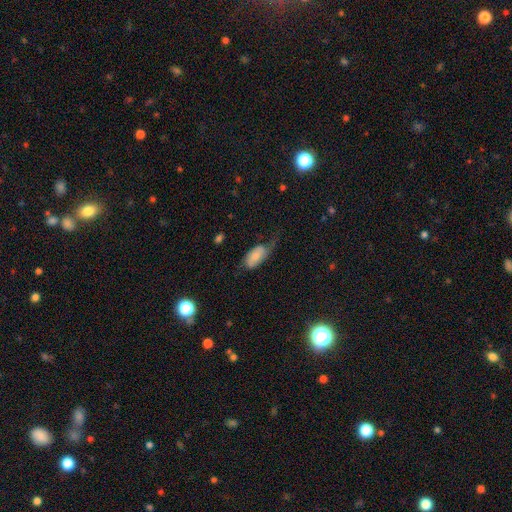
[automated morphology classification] A smooth galaxy with no disk features (70%) that is in between round and cigar-shaped (93%). Merging: minor disturbance (34%).